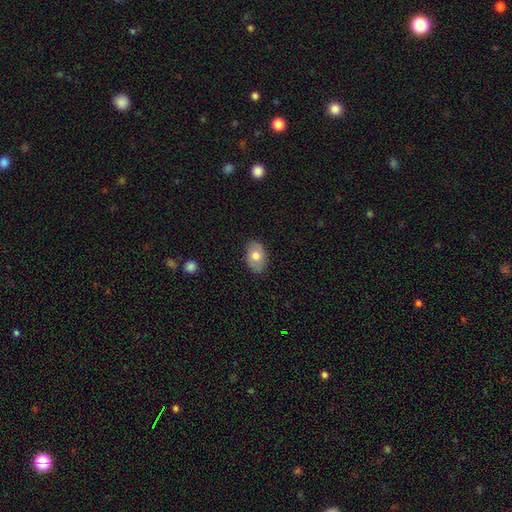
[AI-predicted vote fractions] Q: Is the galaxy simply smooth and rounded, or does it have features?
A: smooth — 73%.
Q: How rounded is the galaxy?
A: in between — 86%.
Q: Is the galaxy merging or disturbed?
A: none — 86%.